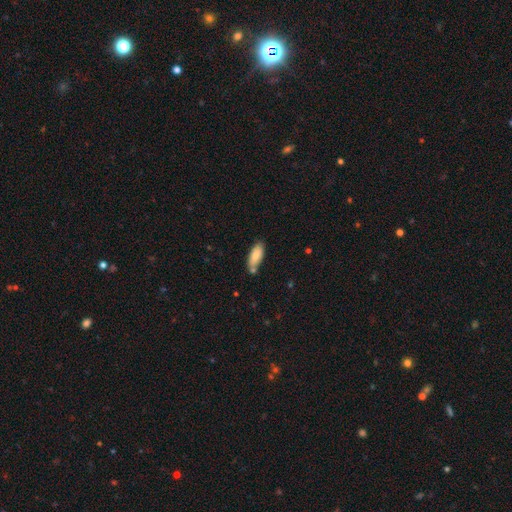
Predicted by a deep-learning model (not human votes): This appears to be a smooth galaxy with no disk features (82%) that is in between round and cigar-shaped (75%). Merging: none (66%).